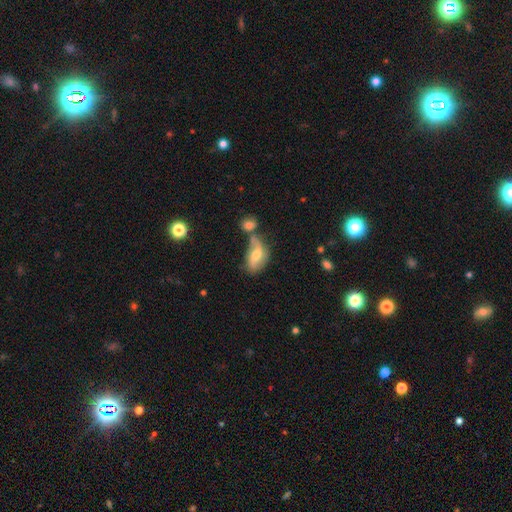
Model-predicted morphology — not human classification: smooth-or-featured: featured or disk: 47% | smooth: 45% | star or artifact: 9%
  merging: merger: 35% | none: 33% | minor disturbance: 20% | major disturbance: 12%